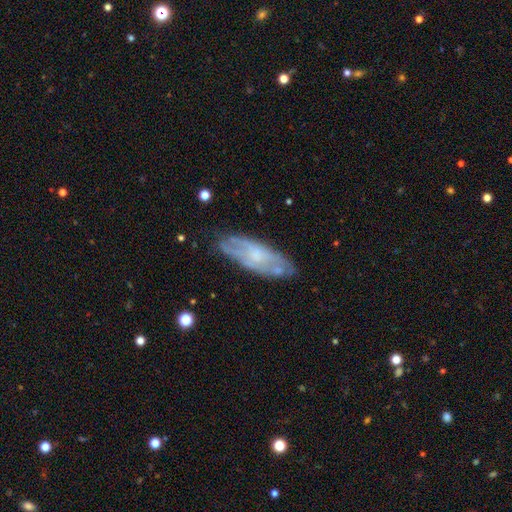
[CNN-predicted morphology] type=featured or disk (59%); edge-on=no (77%); merging=none (69%).